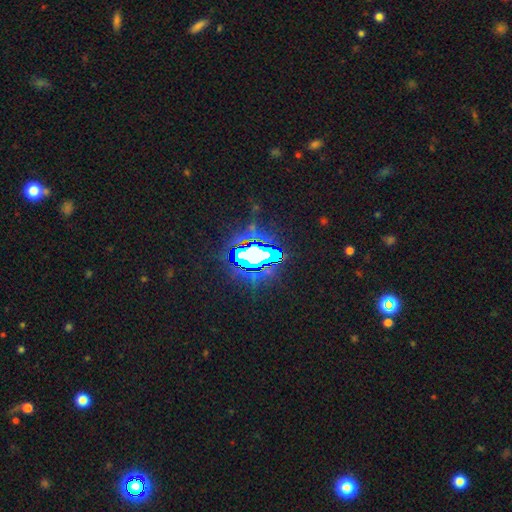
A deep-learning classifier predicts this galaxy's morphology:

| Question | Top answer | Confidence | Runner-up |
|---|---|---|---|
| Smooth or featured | star or artifact | 67% | featured or disk (17%) |